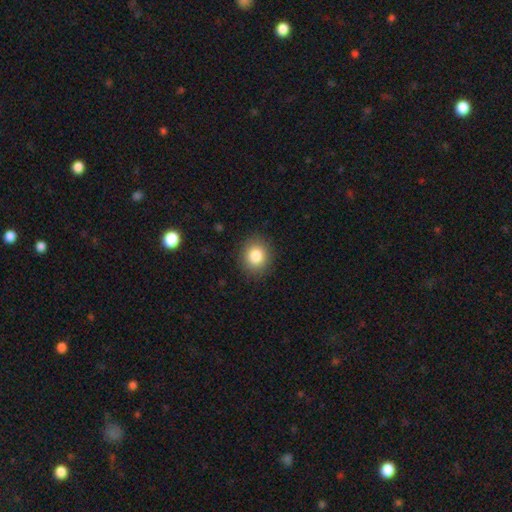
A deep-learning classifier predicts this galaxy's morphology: type=smooth (83%); roundness=round (76%); merging=none (89%).